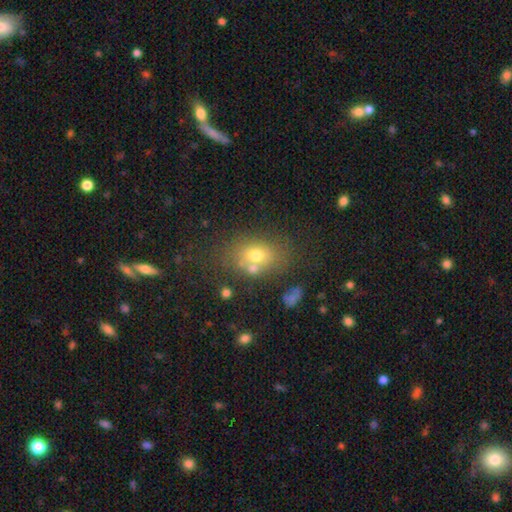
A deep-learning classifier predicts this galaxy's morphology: Q: Smooth or featured?
A: smooth (66%); runner-up: featured or disk (20%)
Q: How rounded?
A: in between (64%); runner-up: round (35%)
Q: Merging?
A: none (59%); runner-up: merger (20%)